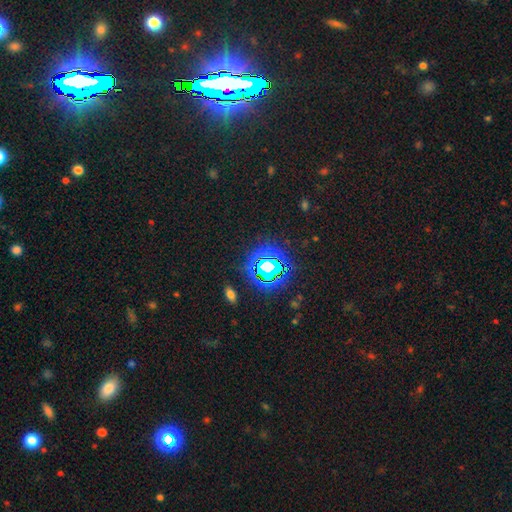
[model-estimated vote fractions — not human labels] Smooth or featured?
  - star or artifact: 83% *
  - smooth: 10%
  - featured or disk: 7%